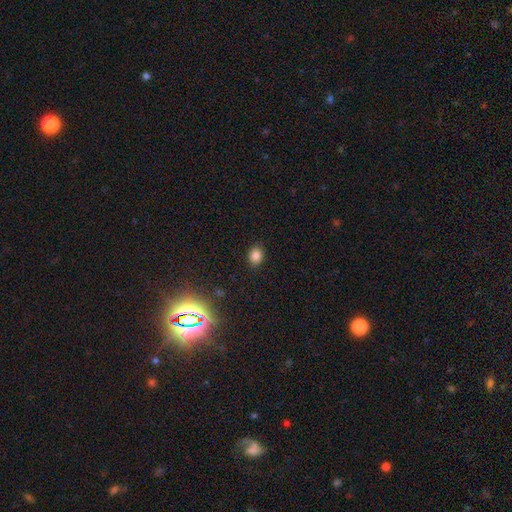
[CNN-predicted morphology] smooth 83%, star or artifact 13%, featured or disk 5%. Down the decision tree: how rounded — in between (57%); merging — none (88%).